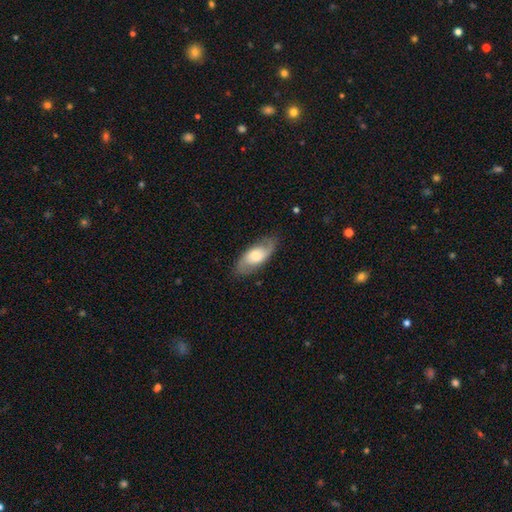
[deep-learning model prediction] Smooth or featured? Predicted: featured or disk (p=0.52). Edge-on disk? Predicted: no (p=0.87). Merging? Predicted: none (p=0.80).